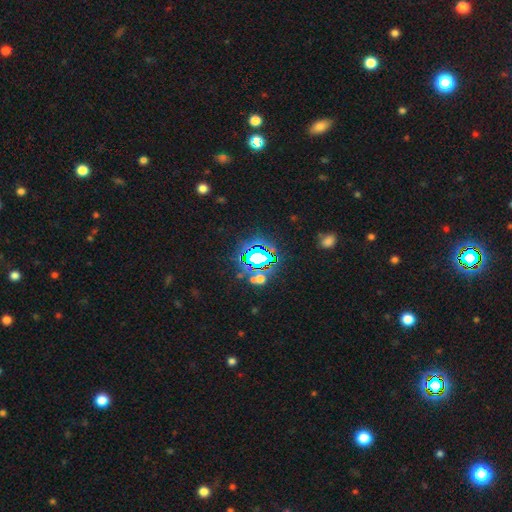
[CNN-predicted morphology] Smooth or featured? star or artifact (72%)